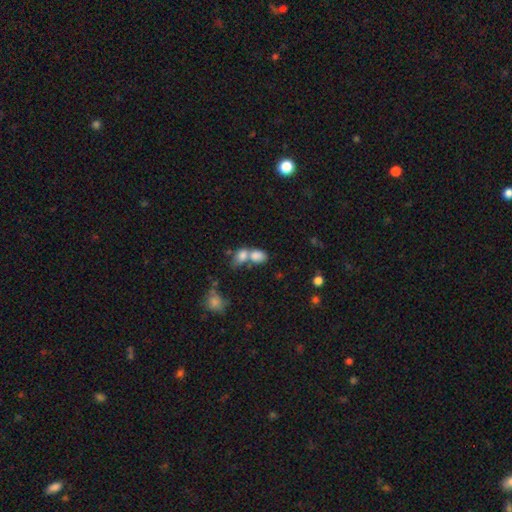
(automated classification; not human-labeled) smooth-or-featured: smooth: 80% | featured or disk: 10% | star or artifact: 10%
  how-rounded: in between: 76% | round: 22% | cigar-shaped: 2%
  merging: merger: 63% | none: 25% | minor disturbance: 7% | major disturbance: 5%